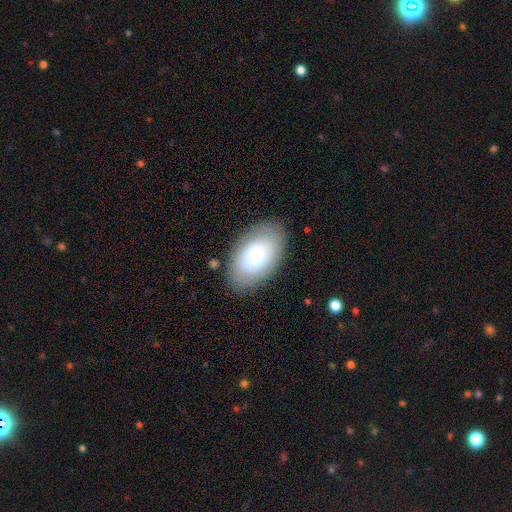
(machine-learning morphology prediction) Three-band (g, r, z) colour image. It shows a smooth galaxy with no disk features (78%) that is in between round and cigar-shaped (95%). Merging: none (84%).